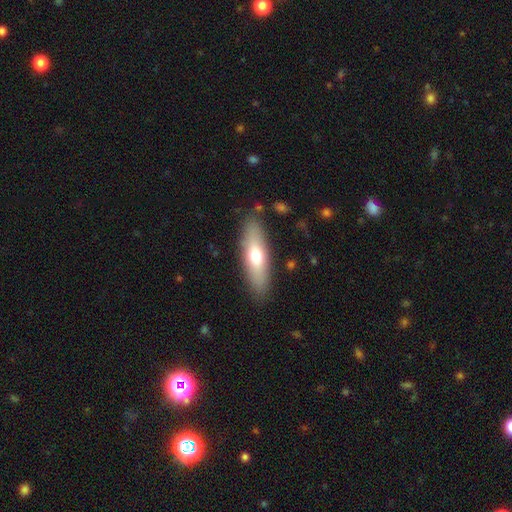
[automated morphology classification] Q: Smooth or featured?
A: smooth (64%); runner-up: featured or disk (30%)
Q: How rounded?
A: in between (51%); runner-up: cigar-shaped (47%)
Q: Merging?
A: none (86%); runner-up: minor disturbance (10%)